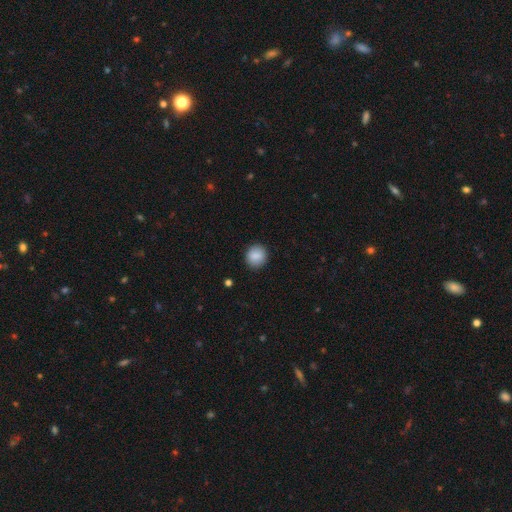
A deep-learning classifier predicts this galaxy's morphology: This appears to be a smooth galaxy with no disk features (88%) that is round (88%). Merging: none (90%).